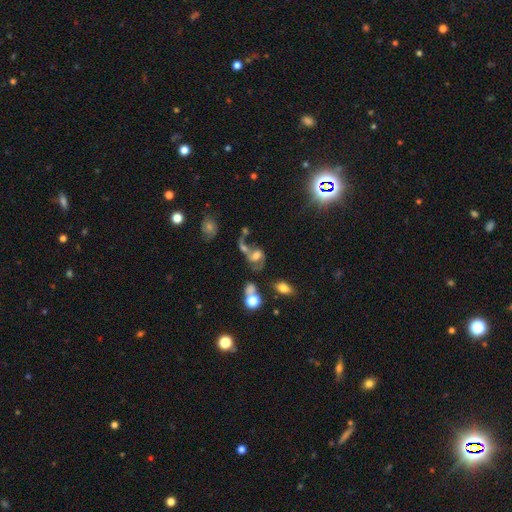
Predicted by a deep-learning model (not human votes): Smooth or featured?
  - featured or disk: 57% *
  - smooth: 28%
  - star or artifact: 16%
Edge-on disk?
  - no: 96% *
  - yes: 4%
Bar?
  - no: 48% *
  - weak: 38%
  - strong: 14%
Spiral arms?
  - yes: 77% *
  - no: 23%
Bulge size?
  - moderate: 43% *
  - large: 21%
  - small: 21%
  - none: 12%
  - dominant: 3%
Merging?
  - merger: 42% *
  - none: 24%
  - major disturbance: 22%
  - minor disturbance: 12%